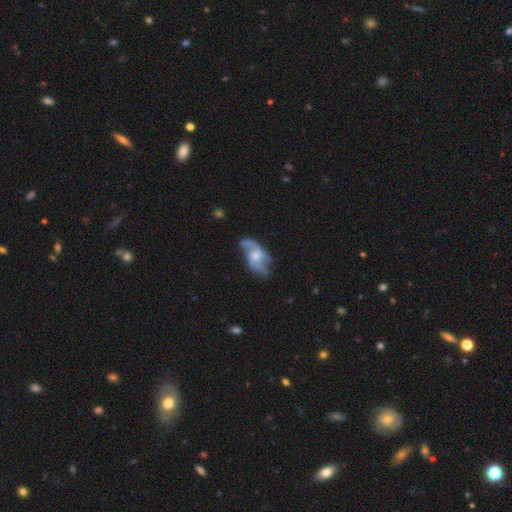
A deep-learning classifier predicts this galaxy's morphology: smooth-or-featured: featured or disk: 74% | smooth: 19% | star or artifact: 6%
  disk-edge-on: no: 95% | yes: 5%
    bar: no: 55% | weak: 38% | strong: 8%
    has-spiral-arms: yes: 88% | no: 12%
      spiral-winding: loose: 65% | medium: 28% | tight: 7%
      spiral-arm-count: 2: 77% | can't tell: 8% | 3: 6% | 1: 5% | 4: 2% | more than 4: 2%
    bulge-size: small: 48% | moderate: 41% | none: 7% | large: 3% | dominant: 1%
  merging: none: 52% | minor disturbance: 25% | major disturbance: 19% | merger: 4%